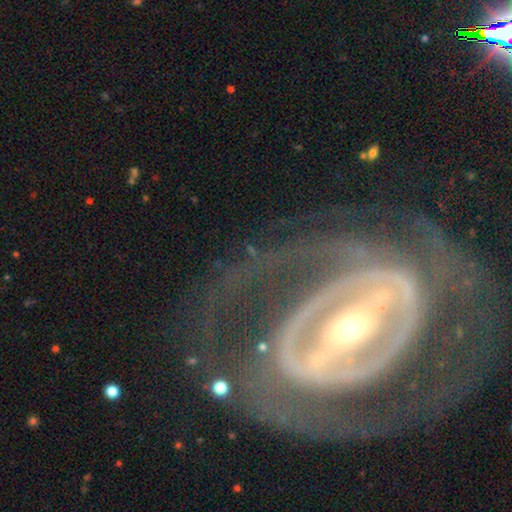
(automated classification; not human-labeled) smooth-or-featured: featured or disk: 88% | smooth: 6% | star or artifact: 6%
  disk-edge-on: no: 94% | yes: 6%
    bar: strong: 71% | weak: 18% | no: 11%
    has-spiral-arms: yes: 81% | no: 19%
      spiral-winding: tight: 53% | medium: 34% | loose: 13%
      spiral-arm-count: 2: 55% | can't tell: 20% | 3: 9% | 1: 6% | 4: 5% | more than 4: 4%
    bulge-size: small: 59% | moderate: 36% | large: 3% | dominant: 1% | none: 1%
  merging: none: 61% | major disturbance: 22% | minor disturbance: 15% | merger: 3%